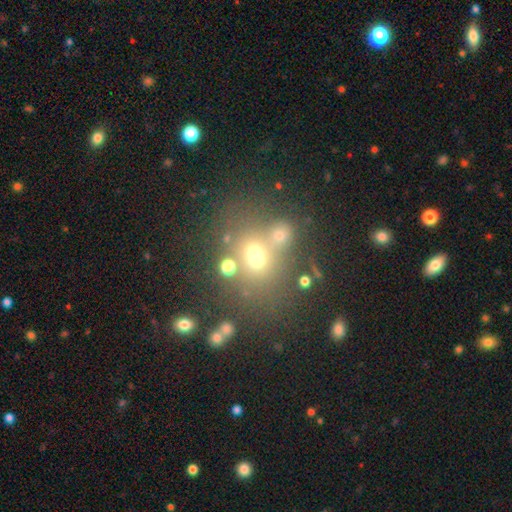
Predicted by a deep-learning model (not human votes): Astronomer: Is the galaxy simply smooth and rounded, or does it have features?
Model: smooth — 51%.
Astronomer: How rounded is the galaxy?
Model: round — 56% (runner-up: in between, 42%).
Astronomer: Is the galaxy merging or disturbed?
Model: merger — 41% (runner-up: none, 40%).